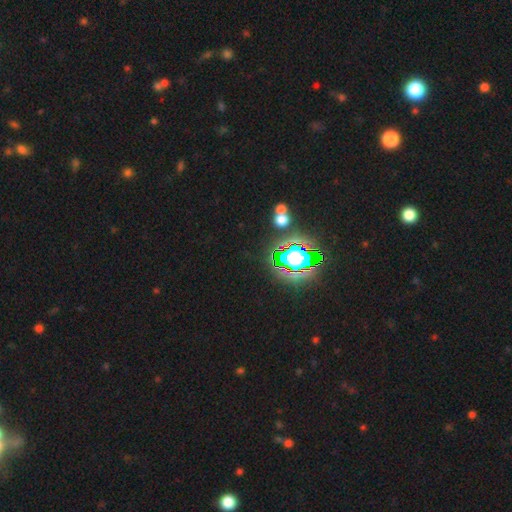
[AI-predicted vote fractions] Morphology: type=star or artifact (80%).